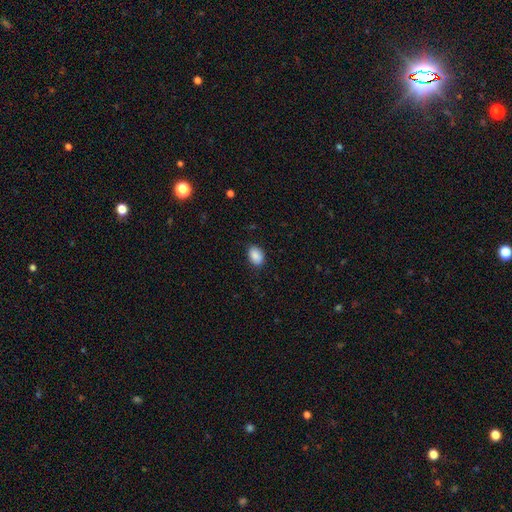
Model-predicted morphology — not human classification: Smooth or featured? smooth (88%)
How rounded? in between (82%)
Merging? none (85%)